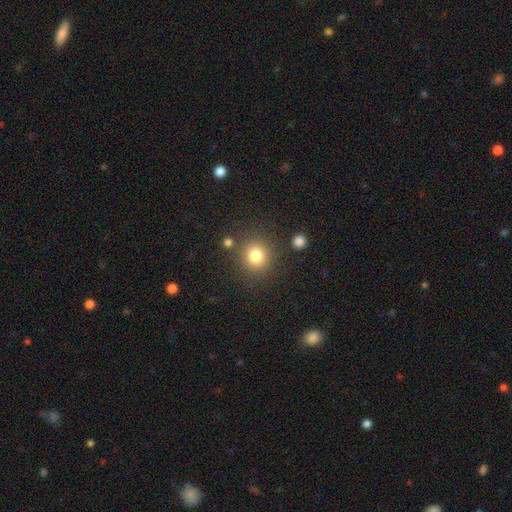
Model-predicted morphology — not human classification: Q: Smooth or featured?
A: smooth (81%); runner-up: star or artifact (12%)
Q: How rounded?
A: round (88%); runner-up: in between (11%)
Q: Merging?
A: none (83%); runner-up: minor disturbance (8%)